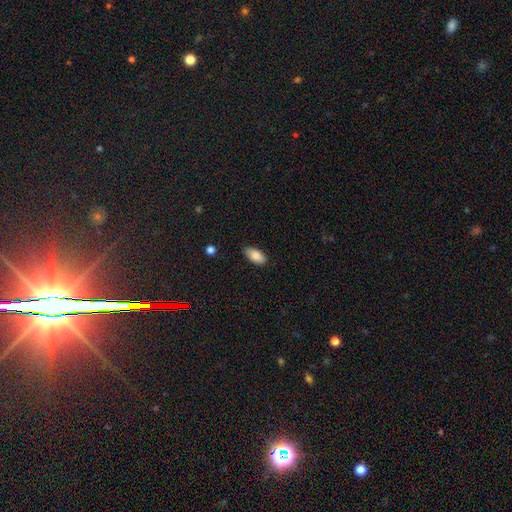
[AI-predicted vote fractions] smooth 86%, star or artifact 7%, featured or disk 7%. Down the decision tree: how rounded — in between (93%); merging — none (82%).